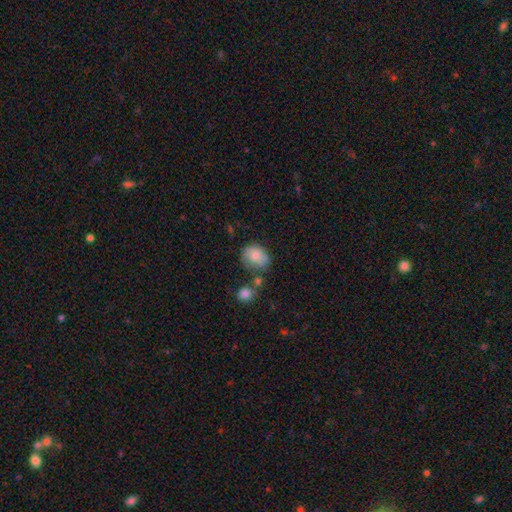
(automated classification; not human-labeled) Morphology: type=smooth (78%); roundness=round (55%); merging=none (55%).